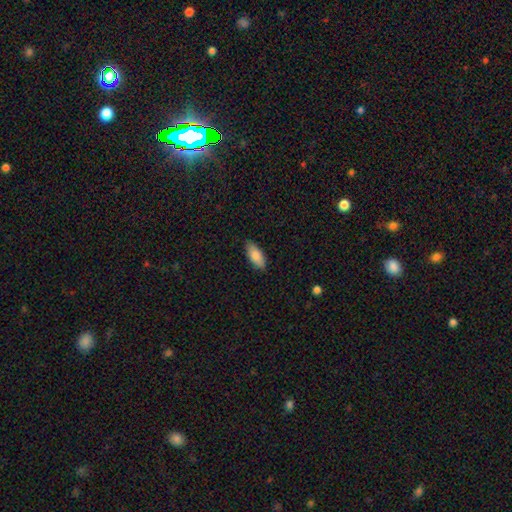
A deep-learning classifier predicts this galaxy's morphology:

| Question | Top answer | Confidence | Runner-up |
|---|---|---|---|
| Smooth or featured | smooth | 85% | featured or disk (9%) |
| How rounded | in between | 83% | cigar-shaped (15%) |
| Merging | none | 86% | minor disturbance (11%) |